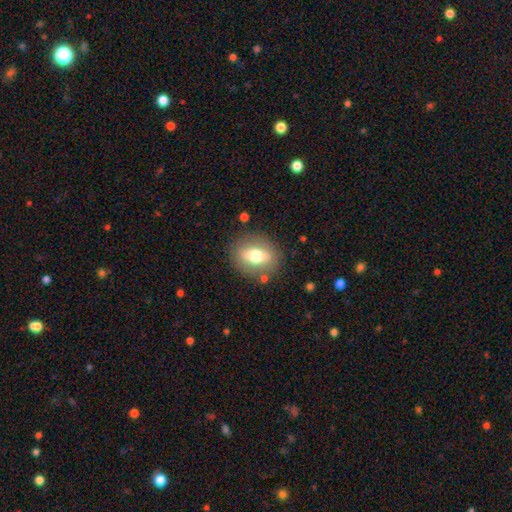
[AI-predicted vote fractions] Q: Smooth or featured?
A: smooth (58%); runner-up: featured or disk (33%)
Q: How rounded?
A: in between (51%); runner-up: round (45%)
Q: Merging?
A: none (83%); runner-up: minor disturbance (10%)